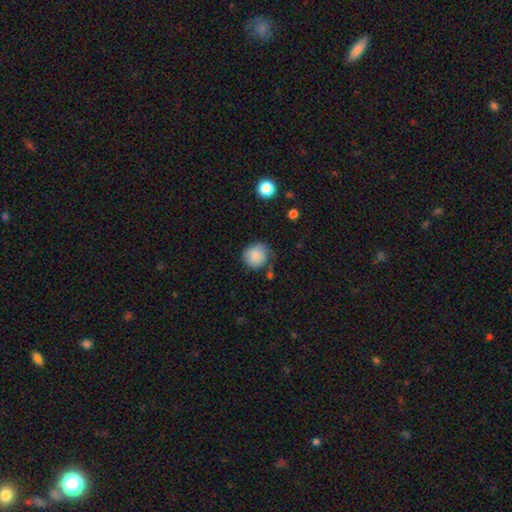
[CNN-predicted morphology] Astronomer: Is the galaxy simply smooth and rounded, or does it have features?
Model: smooth — 84%.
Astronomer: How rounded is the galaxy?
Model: round — 88%.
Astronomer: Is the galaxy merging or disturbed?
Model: none — 64%.